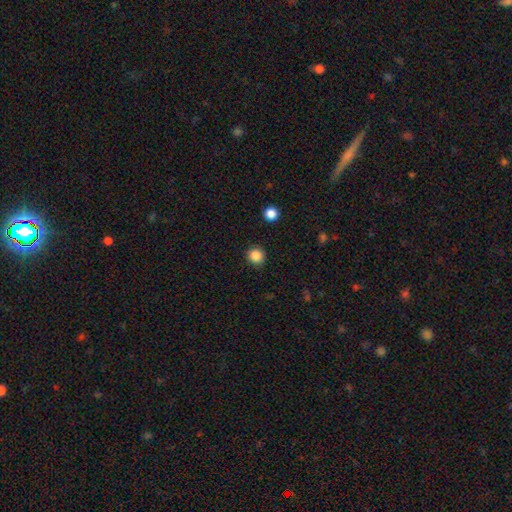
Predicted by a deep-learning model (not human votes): smooth_or_featured: smooth (p=0.86) [alt: star or artifact p=0.11]
how_rounded: round (p=0.92) [alt: in between p=0.07]
merging: none (p=0.90) [alt: minor disturbance p=0.07]